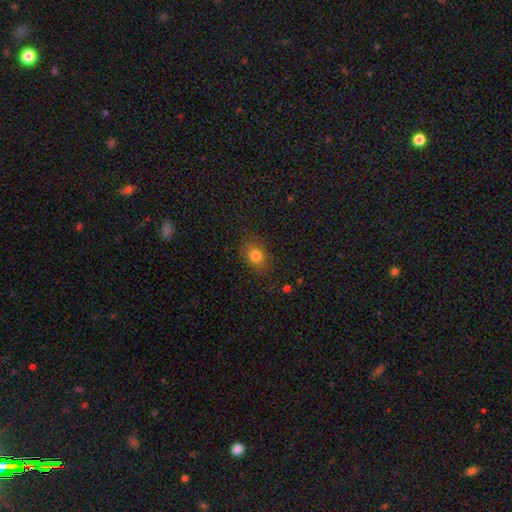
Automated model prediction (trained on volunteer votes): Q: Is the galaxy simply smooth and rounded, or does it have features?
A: smooth — 79%.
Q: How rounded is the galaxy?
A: in between — 62%.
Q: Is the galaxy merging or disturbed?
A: none — 78%.